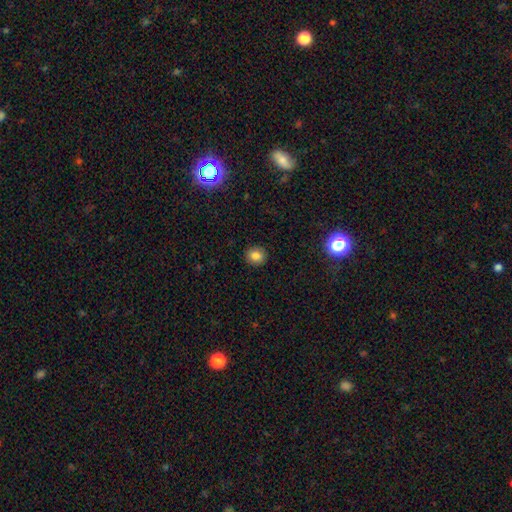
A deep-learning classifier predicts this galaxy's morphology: type=smooth (83%); roundness=round (78%); merging=none (91%).